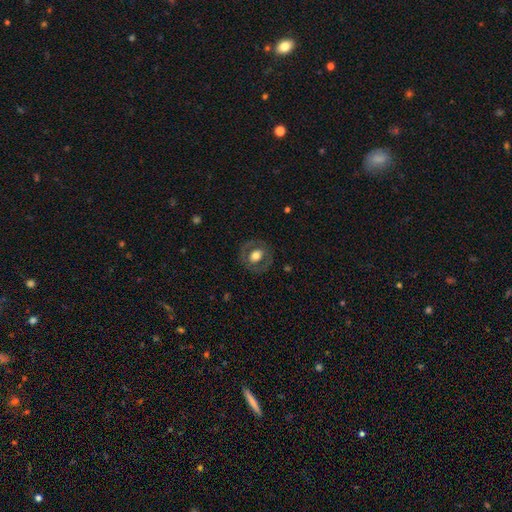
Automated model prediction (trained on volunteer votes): smooth-or-featured: smooth: 50% | featured or disk: 44% | star or artifact: 7%
  merging: none: 81% | minor disturbance: 12% | major disturbance: 6% | merger: 1%